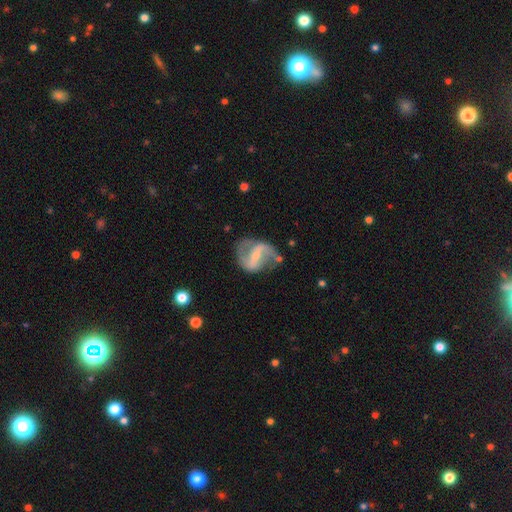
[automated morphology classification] This is clearly a featured or disk galaxy (84%). It is clearly not viewed edge-on (97%). Bar: possibly strong (50%). Spiral arm pattern: clearly yes (91%). Spiral arm count: clearly 2 (89%). Spiral winding: possibly loose (46%). Central bulge: likely small (60%). Merging: likely none (63%).